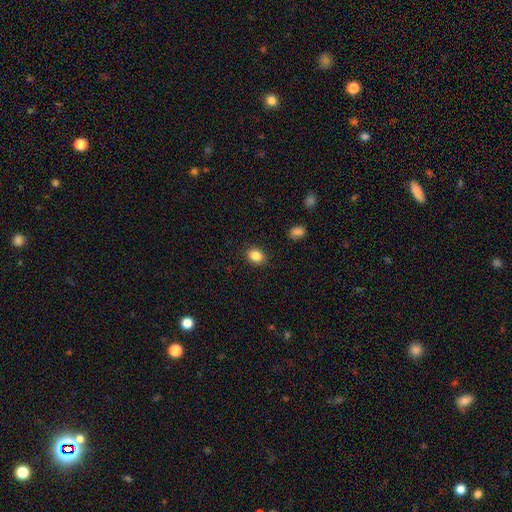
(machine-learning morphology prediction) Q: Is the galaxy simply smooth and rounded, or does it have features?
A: smooth — 86%.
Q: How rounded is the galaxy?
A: in between — 55%.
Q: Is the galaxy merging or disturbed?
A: none — 89%.